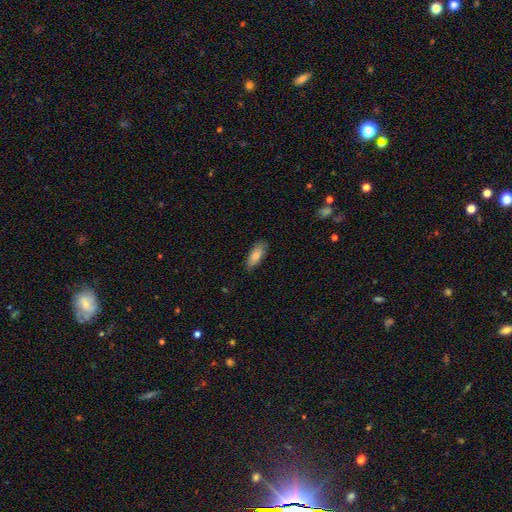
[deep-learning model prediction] Overall: smooth (81%). How rounded: in between (77%). Merging: none (83%).